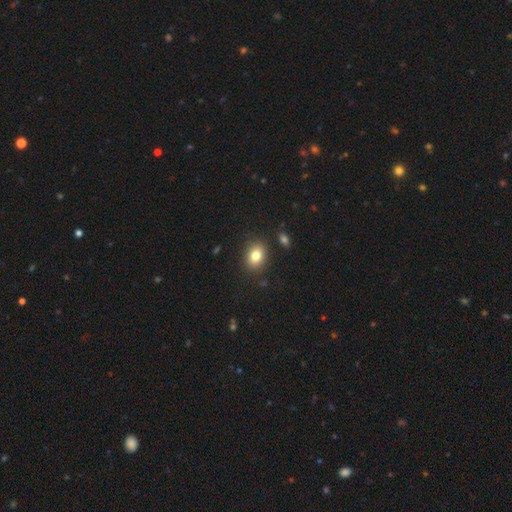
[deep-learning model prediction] Smooth or featured? smooth (81%)
How rounded? in between (60%)
Merging? none (86%)